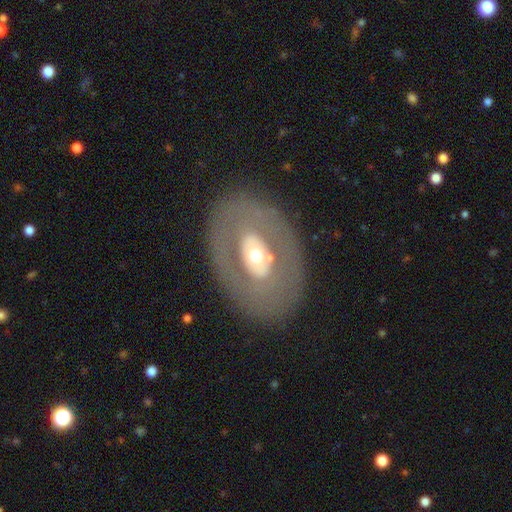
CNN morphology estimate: Smooth or featured?
  - featured or disk: 60% *
  - smooth: 33%
  - star or artifact: 7%
Edge-on disk?
  - no: 90% *
  - yes: 10%
Bar?
  - no: 73% *
  - weak: 16%
  - strong: 11%
Spiral arms?
  - no: 90% *
  - yes: 10%
Bulge size?
  - moderate: 65% *
  - small: 20%
  - large: 12%
  - dominant: 2%
  - none: 1%
Merging?
  - none: 81% *
  - minor disturbance: 10%
  - major disturbance: 7%
  - merger: 2%